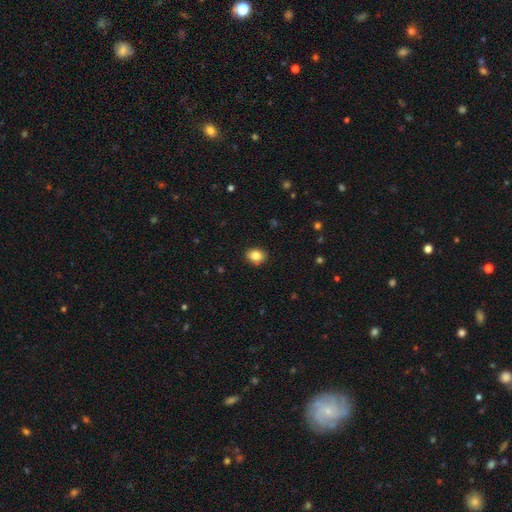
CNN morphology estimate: Smooth or featured? smooth (85%)
How rounded? round (50%)
Merging? none (87%)